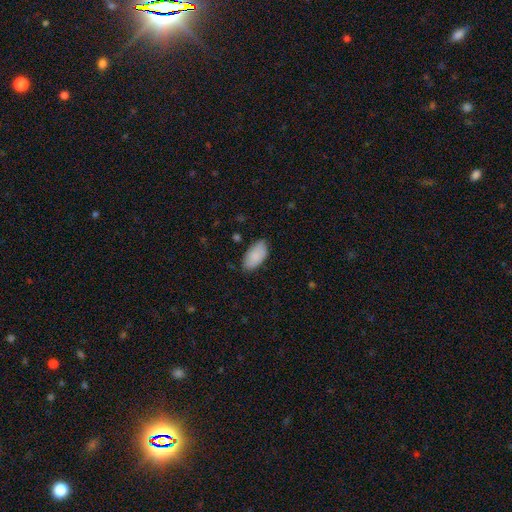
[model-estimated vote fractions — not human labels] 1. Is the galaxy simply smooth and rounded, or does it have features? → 86% smooth, 8% featured or disk, 6% star or artifact.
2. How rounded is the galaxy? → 95% in between, 3% round, 2% cigar-shaped.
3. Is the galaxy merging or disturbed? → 76% none, 19% minor disturbance, 4% major disturbance, 1% merger.